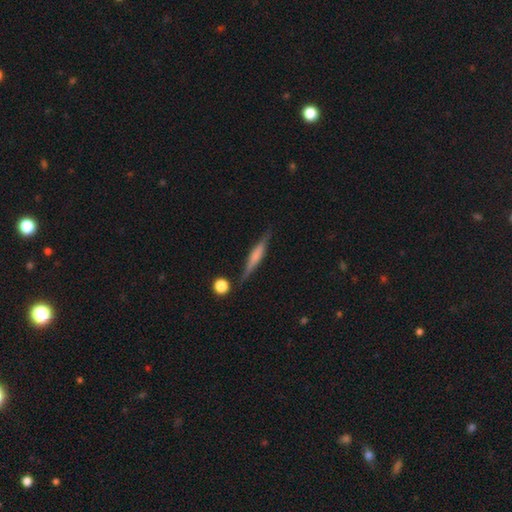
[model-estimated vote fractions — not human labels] Morphology: type=featured or disk (54%); edge-on=yes (96%); edge-on bulge=rounded (38%); merging=none (82%).